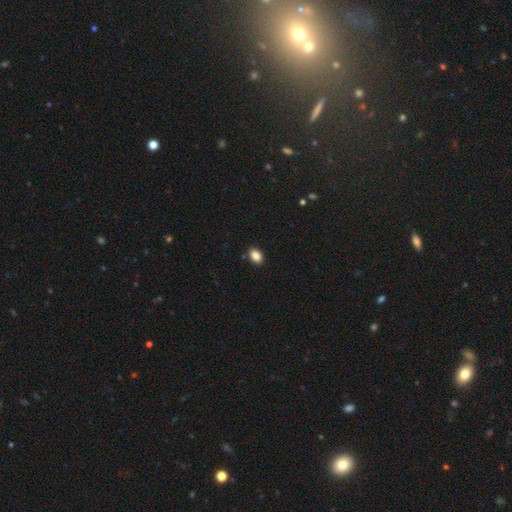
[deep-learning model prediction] smooth 87%, star or artifact 9%, featured or disk 4%. Down the decision tree: how rounded — in between (78%); merging — none (88%).